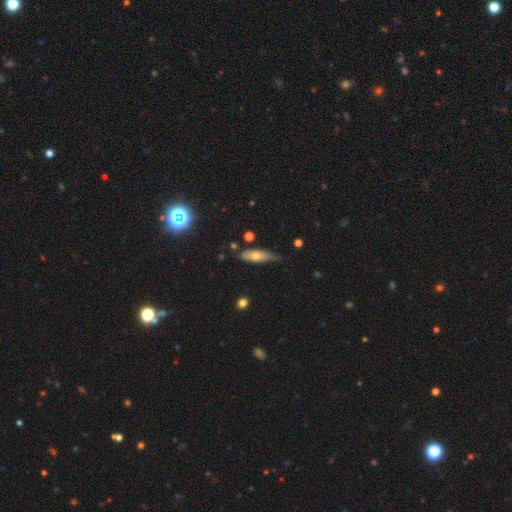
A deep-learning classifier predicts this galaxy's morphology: A smooth galaxy with no disk features (62%) that is in between round and cigar-shaped (53%). Merging: none (57%).